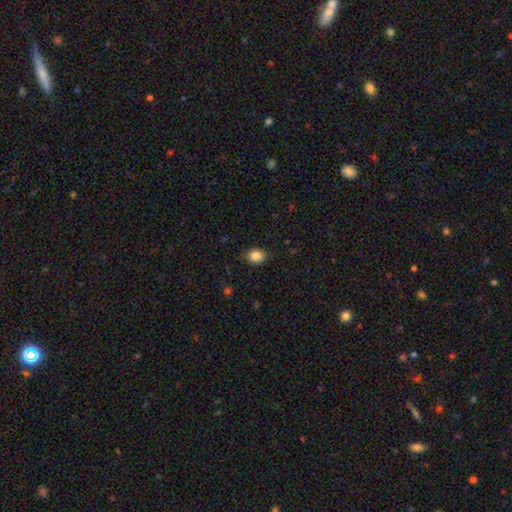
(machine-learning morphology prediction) This is clearly a smooth galaxy (87%). How rounded: likely in between (62%). Merging: clearly none (84%).